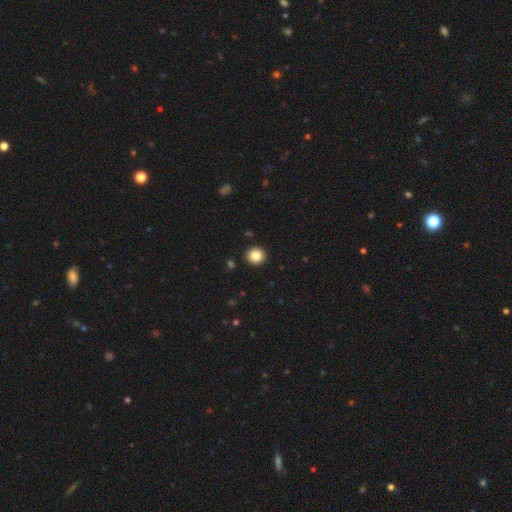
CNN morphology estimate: A smooth galaxy with no disk features (84%) that is round (94%).

Vote fractions:
- Smooth or featured? smooth: 84% / star or artifact: 10% / featured or disk: 6%
- How rounded? round: 94% / in between: 5% / cigar-shaped: 1%
- Merging? none: 93% / minor disturbance: 4% / major disturbance: 1% / merger: 1%